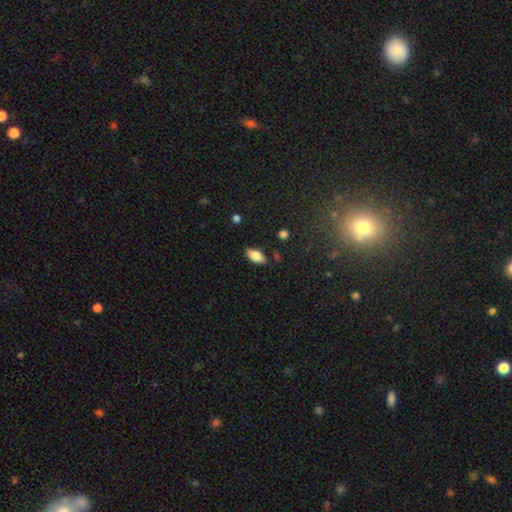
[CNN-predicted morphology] A smooth galaxy with no disk features (79%) that is in between round and cigar-shaped (89%).

Vote fractions:
- Smooth or featured? smooth: 79% / featured or disk: 13% / star or artifact: 7%
- How rounded? in between: 89% / cigar-shaped: 8% / round: 3%
- Merging? none: 85% / minor disturbance: 11% / major disturbance: 2% / merger: 2%